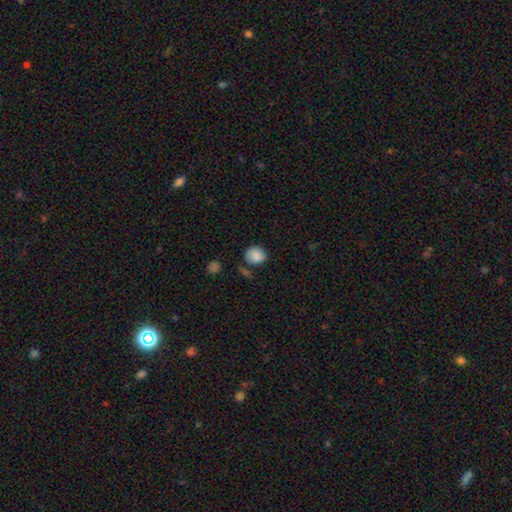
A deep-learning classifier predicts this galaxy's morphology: smooth-or-featured: smooth: 86% | star or artifact: 9% | featured or disk: 5%
  how-rounded: round: 61% | in between: 38% | cigar-shaped: 1%
  merging: none: 71% | minor disturbance: 18% | merger: 6% | major disturbance: 5%